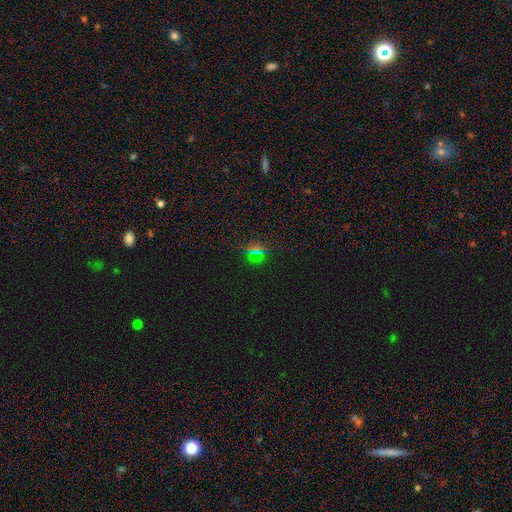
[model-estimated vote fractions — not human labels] Overall: star or artifact (50%; smooth 42%).